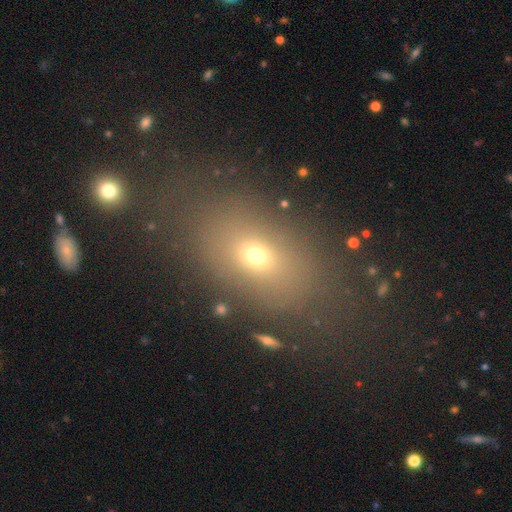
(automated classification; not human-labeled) smooth-or-featured: smooth: 64% | star or artifact: 20% | featured or disk: 17%
  how-rounded: in between: 75% | round: 22% | cigar-shaped: 3%
  merging: none: 73% | minor disturbance: 13% | major disturbance: 10% | merger: 4%